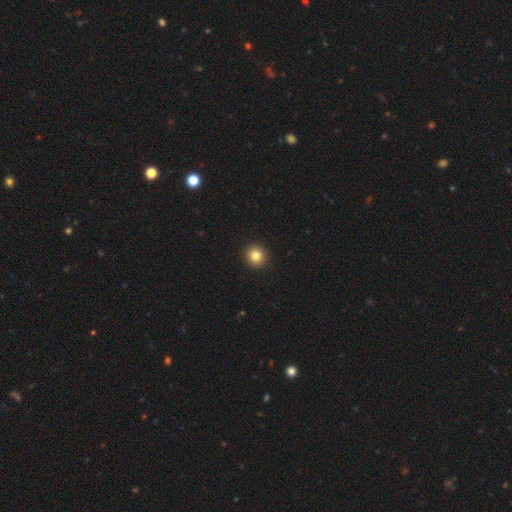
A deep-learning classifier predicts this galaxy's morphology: smooth 82%, star or artifact 11%, featured or disk 7%. Down the decision tree: how rounded — round (88%); merging — none (93%).